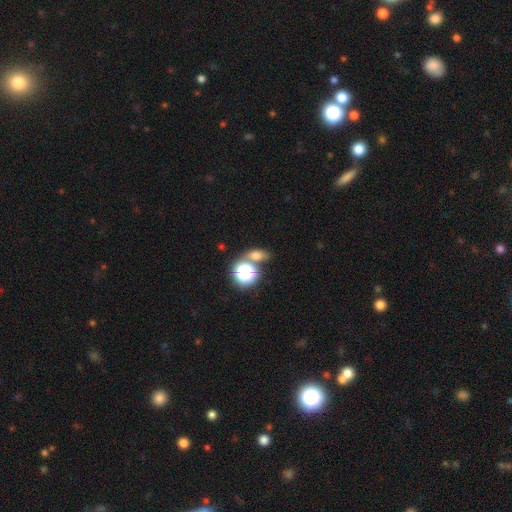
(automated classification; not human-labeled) Smooth or featured? smooth (63%)
How rounded? in between (58%)
Merging? none (63%)